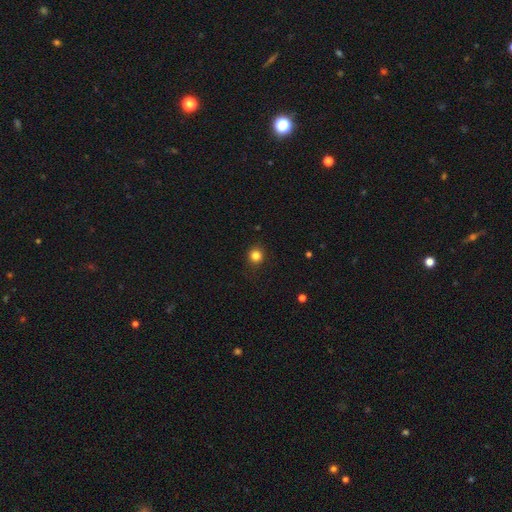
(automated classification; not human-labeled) This is clearly a smooth galaxy (83%). How rounded: clearly round (90%). Merging: clearly none (88%).